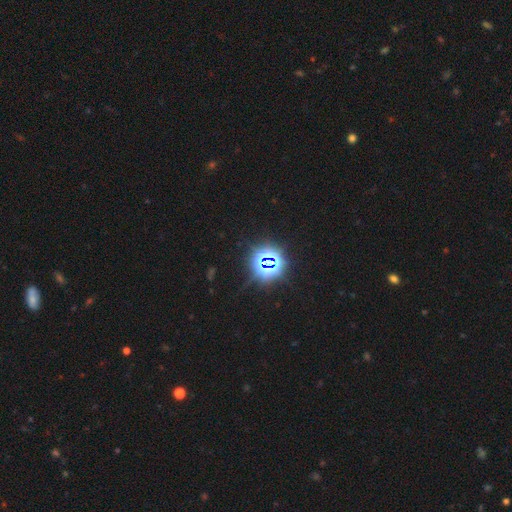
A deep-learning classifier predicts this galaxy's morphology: A star or artifact, not a galaxy (80%).

Vote fractions:
- Smooth or featured? star or artifact: 80% / smooth: 13% / featured or disk: 7%